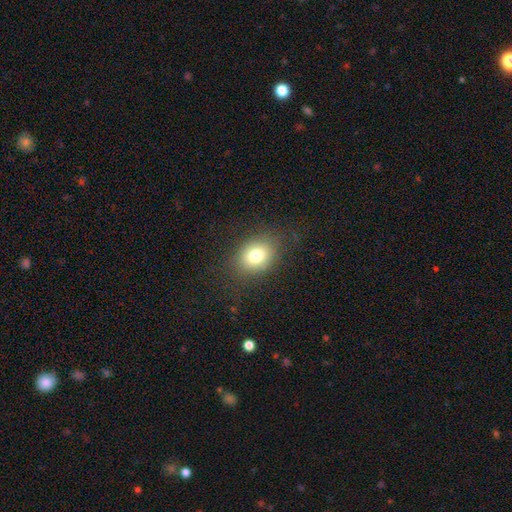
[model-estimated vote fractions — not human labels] smooth 77%, star or artifact 12%, featured or disk 11%. Down the decision tree: how rounded — in between (56%); merging — none (82%).